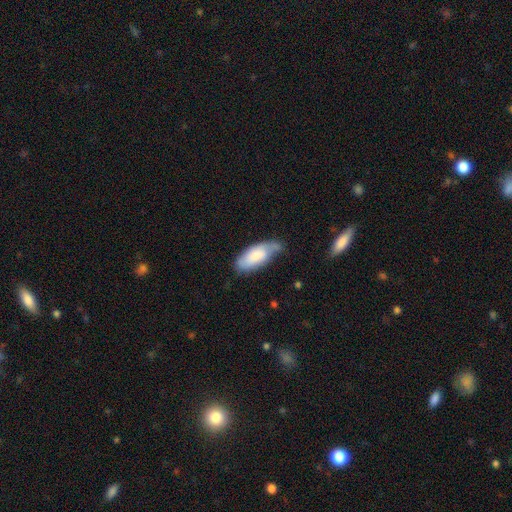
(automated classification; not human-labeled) Q: Smooth or featured?
A: smooth (71%); runner-up: featured or disk (23%)
Q: How rounded?
A: in between (84%); runner-up: cigar-shaped (14%)
Q: Merging?
A: none (48%); runner-up: minor disturbance (38%)